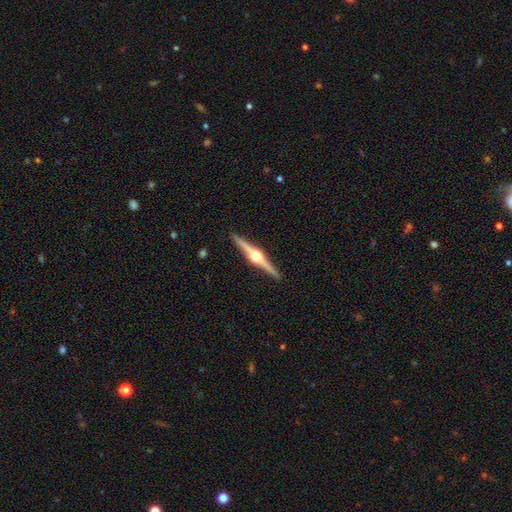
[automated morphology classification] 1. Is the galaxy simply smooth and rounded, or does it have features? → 88% featured or disk, 8% smooth, 5% star or artifact.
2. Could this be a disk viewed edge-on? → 99% yes, 1% no.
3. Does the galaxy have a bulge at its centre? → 95% rounded, 4% boxy, 1% none.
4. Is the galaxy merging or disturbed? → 92% none, 5% minor disturbance, 1% major disturbance, 1% merger.